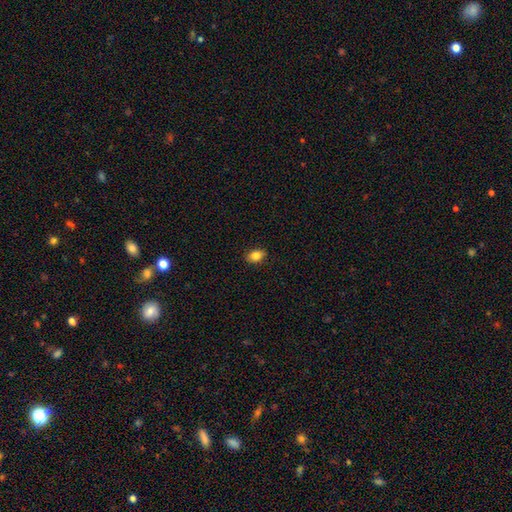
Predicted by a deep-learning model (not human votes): This appears to be a smooth galaxy with no disk features (83%) that is in between round and cigar-shaped (80%). Merging: none (87%).